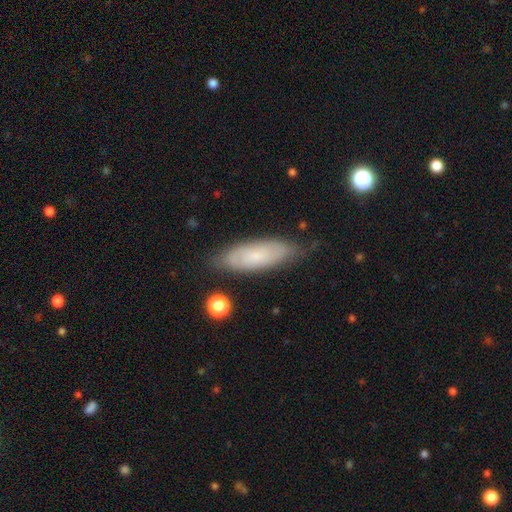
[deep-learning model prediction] smooth-or-featured: smooth: 58% | featured or disk: 34% | star or artifact: 7%
  how-rounded: in between: 60% | cigar-shaped: 38% | round: 2%
  merging: none: 75% | minor disturbance: 19% | major disturbance: 4% | merger: 2%